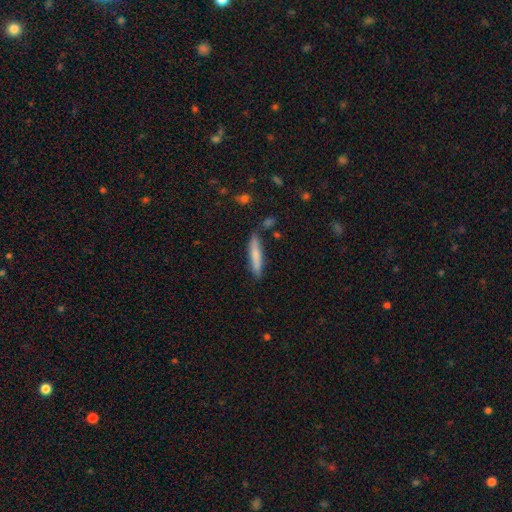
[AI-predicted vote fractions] A smooth galaxy with no disk features (74%) that is cigar-shaped (89%). Merging: none (82%).